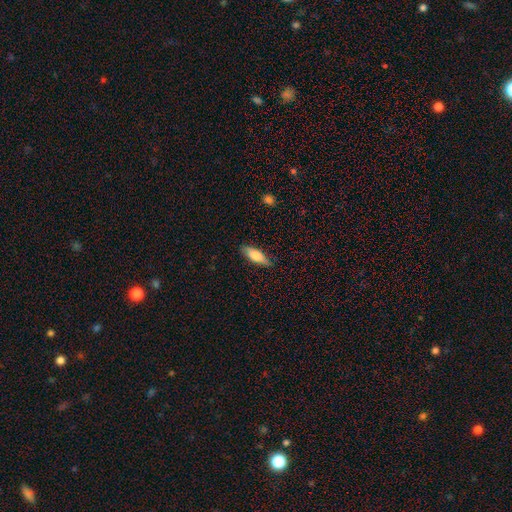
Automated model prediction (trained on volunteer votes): smooth-or-featured: smooth: 72% | featured or disk: 21% | star or artifact: 6%
  how-rounded: in between: 58% | cigar-shaped: 40% | round: 2%
  merging: none: 82% | minor disturbance: 14% | major disturbance: 3% | merger: 1%